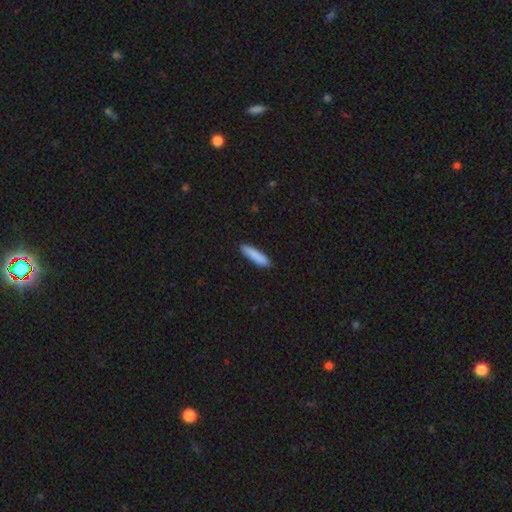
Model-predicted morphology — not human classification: This appears to be a smooth galaxy with no disk features (88%) that is cigar-shaped (78%). Merging: none (89%).